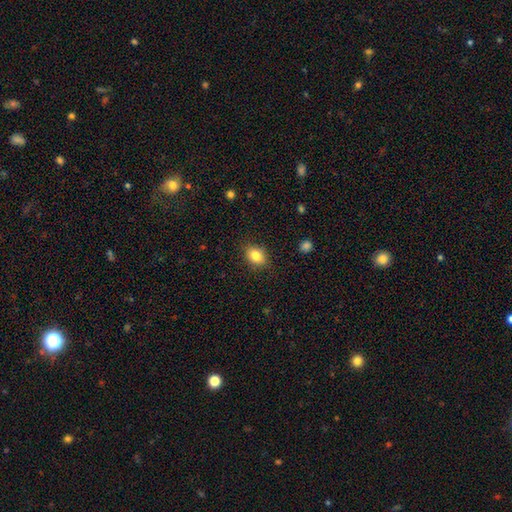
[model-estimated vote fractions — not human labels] The model was most divided on "how rounded": in between: 70%, round: 28%, cigar-shaped: 1%. More confident: merging — none (86%); smooth or featured — smooth (83%).